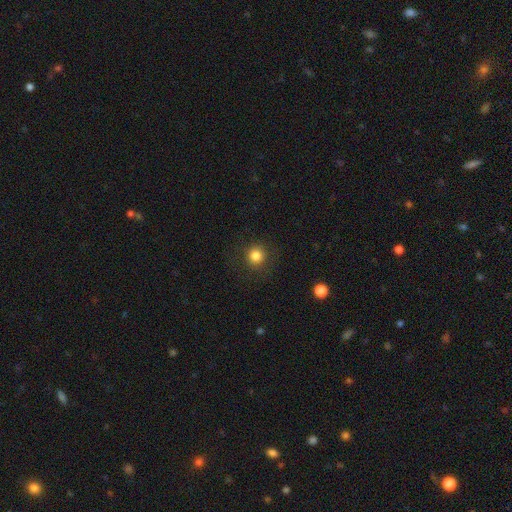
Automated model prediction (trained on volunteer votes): Smooth or featured? Predicted: smooth (p=0.83). How rounded? Predicted: round (p=0.94). Merging? Predicted: none (p=0.89).